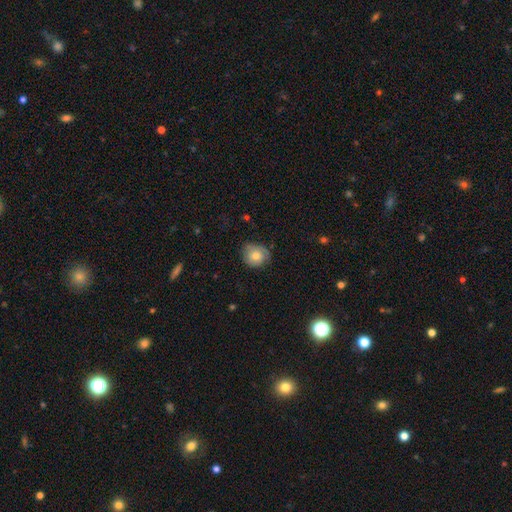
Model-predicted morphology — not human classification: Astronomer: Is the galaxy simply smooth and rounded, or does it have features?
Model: smooth — 59%.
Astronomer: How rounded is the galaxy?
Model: round — 76%.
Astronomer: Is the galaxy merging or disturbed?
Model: none — 69%.